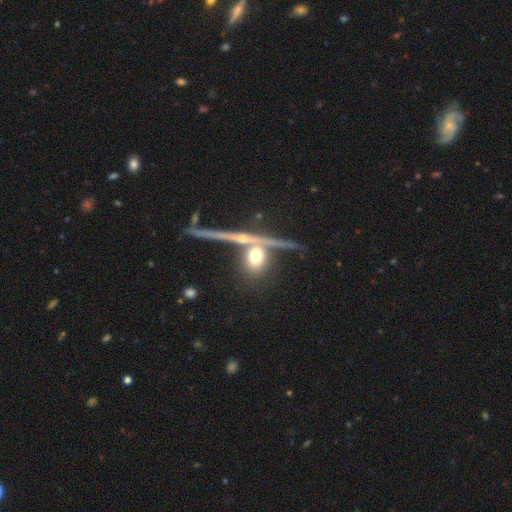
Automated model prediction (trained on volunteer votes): A smooth galaxy with no disk features (51%) that is round (70%). Merging: none (65%).